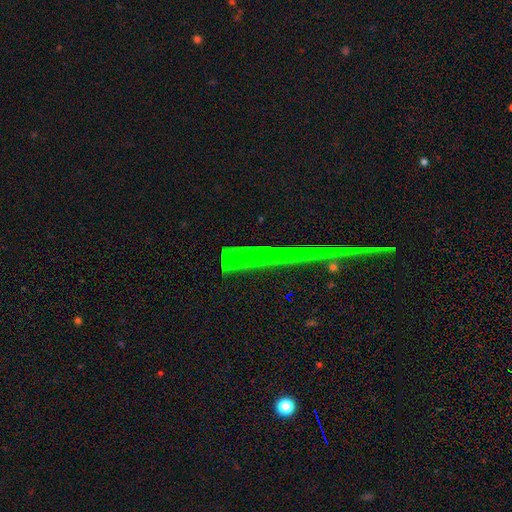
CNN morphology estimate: A star or artifact, not a galaxy (62%).